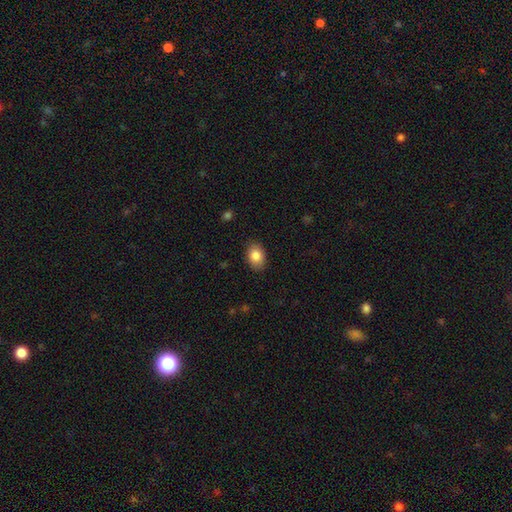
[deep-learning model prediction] Smooth or featured: smooth — 84% (featured or disk — 8%)
How rounded: in between — 79% (round — 20%)
Merging: none — 87% (minor disturbance — 10%)